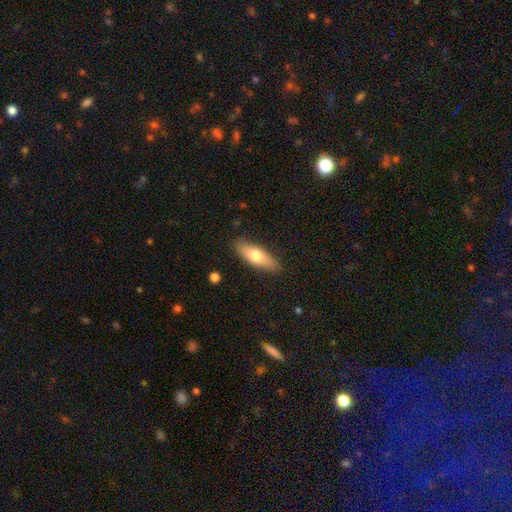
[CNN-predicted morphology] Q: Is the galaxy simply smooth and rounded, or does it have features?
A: smooth — 67%.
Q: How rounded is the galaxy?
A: in between — 61%.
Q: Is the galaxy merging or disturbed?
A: none — 87%.